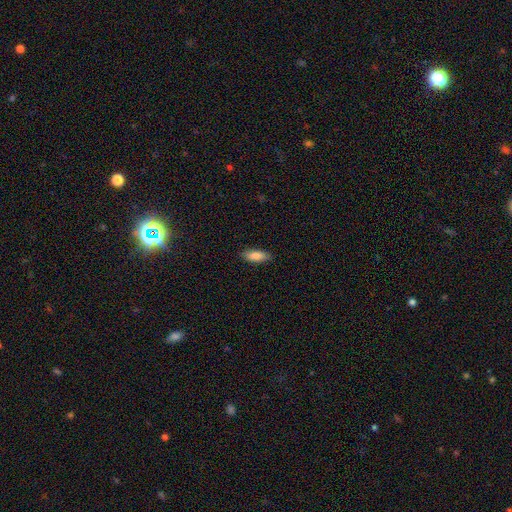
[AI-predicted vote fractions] Morphology: type=smooth (84%); roundness=in between (68%); merging=none (87%).